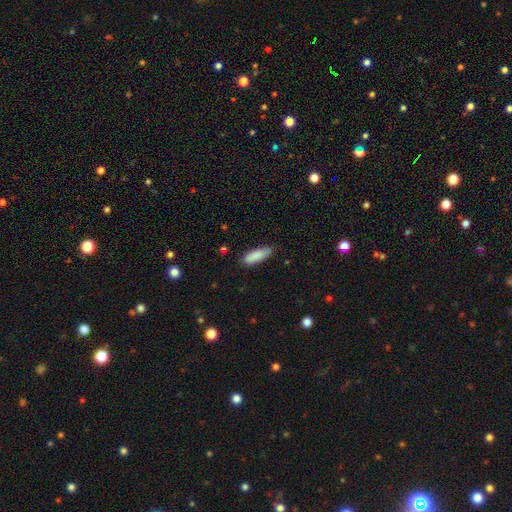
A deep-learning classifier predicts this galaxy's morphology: A smooth galaxy with no disk features (87%) that is in between round and cigar-shaped (55%). Merging: none (77%).